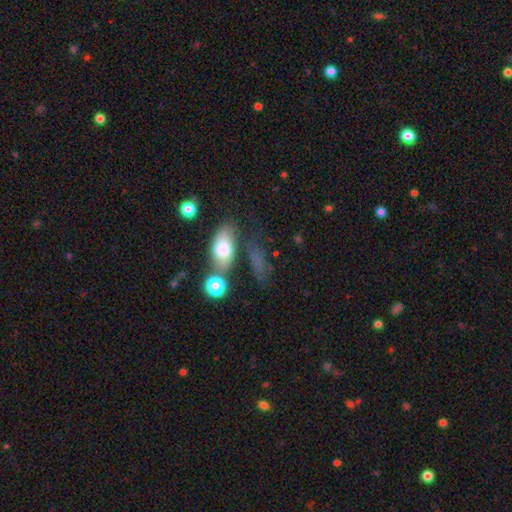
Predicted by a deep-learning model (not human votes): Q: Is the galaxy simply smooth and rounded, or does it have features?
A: smooth — 59%.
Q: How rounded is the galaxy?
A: in between — 69%.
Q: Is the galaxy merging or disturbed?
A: none — 48%.